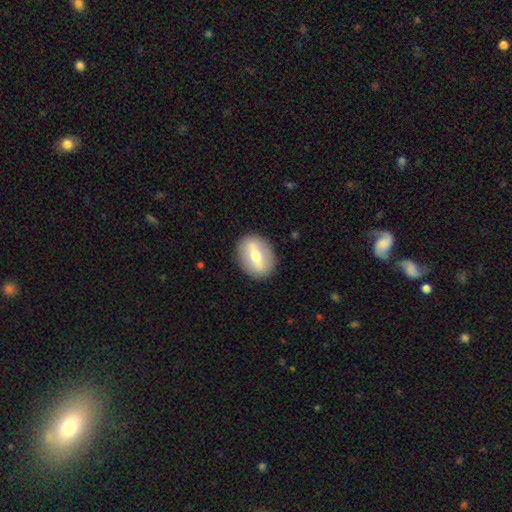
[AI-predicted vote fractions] A smooth galaxy with no disk features (48%). Merging: none (88%).